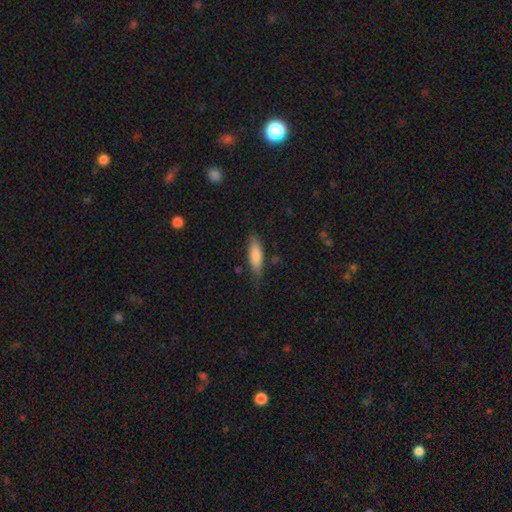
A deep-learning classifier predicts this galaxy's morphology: This appears to be a smooth galaxy with no disk features (79%) that is cigar-shaped (56%). Merging: none (74%).